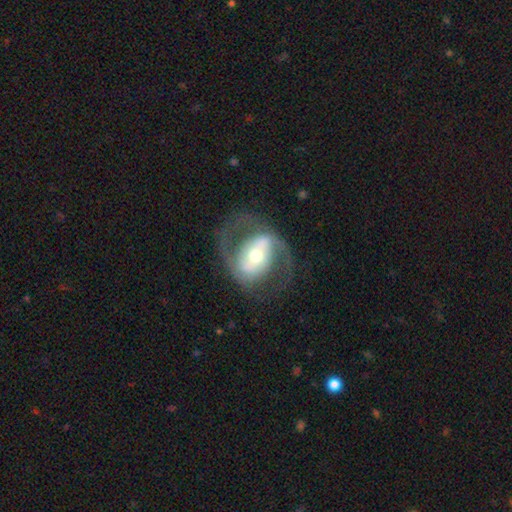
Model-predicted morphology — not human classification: A featured or disk galaxy (83%) with a strong bar (45%), 2 (89%) medium (54%) spiral arms (85%) and a moderate central bulge (57%).

Vote fractions:
- Smooth or featured? featured or disk: 83% / smooth: 12% / star or artifact: 5%
- Edge-on disk? no: 96% / yes: 4%
- Bar? strong: 45% / weak: 29% / no: 26%
- Spiral arms? yes: 85% / no: 15%
- Spiral winding? medium: 54% / loose: 27% / tight: 20%
- Spiral arm count? 2: 89% / can't tell: 5% / 1: 3% / 3: 1% / 4: 1% / more than 4: 1%
- Bulge size? moderate: 57% / small: 31% / large: 9% / dominant: 2% / none: 1%
- Merging? none: 70% / major disturbance: 15% / minor disturbance: 13% / merger: 2%